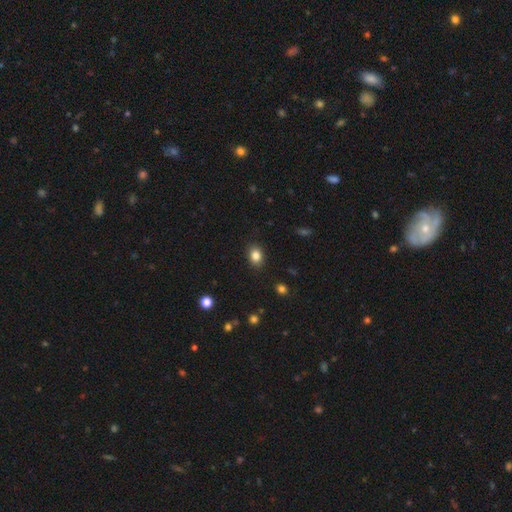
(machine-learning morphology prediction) The model was most divided on "how rounded": in between: 64%, round: 35%, cigar-shaped: 1%. More confident: merging — none (88%); smooth or featured — smooth (84%).